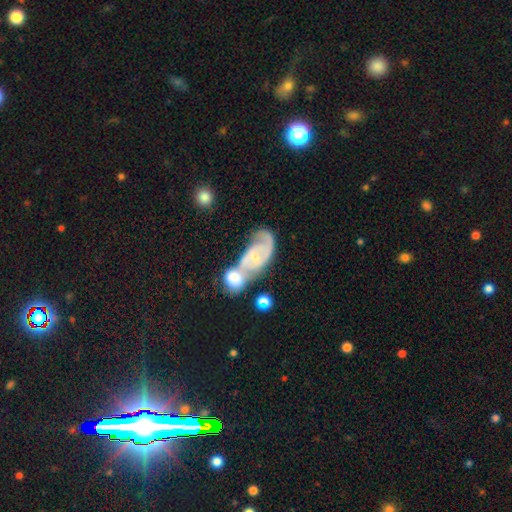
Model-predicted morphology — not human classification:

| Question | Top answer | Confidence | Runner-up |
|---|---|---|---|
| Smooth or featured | featured or disk | 78% | smooth (15%) |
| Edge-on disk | no | 96% | yes (4%) |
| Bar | no | 47% | weak (41%) |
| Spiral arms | yes | 92% | no (8%) |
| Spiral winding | medium | 46% | tight (30%) |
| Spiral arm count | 2 | 74% | can't tell (11%) |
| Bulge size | small | 66% | moderate (21%) |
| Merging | merger | 60% | none (18%) |